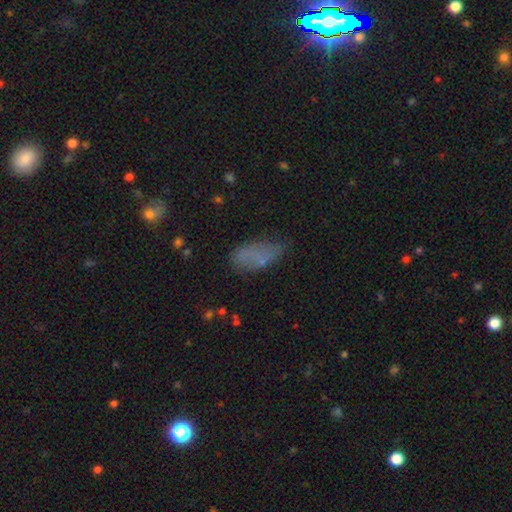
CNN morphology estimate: smooth_or_featured: smooth (p=0.68) [alt: featured or disk p=0.18]
how_rounded: in between (p=0.84) [alt: cigar-shaped p=0.12]
merging: none (p=0.53) [alt: minor disturbance p=0.29]